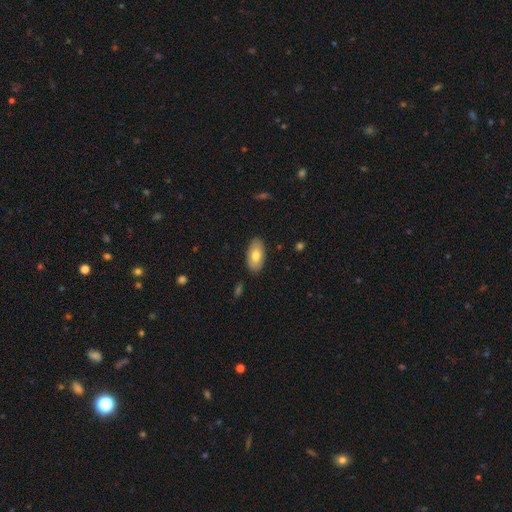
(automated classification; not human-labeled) This is likely a smooth galaxy (74%). How rounded: clearly in between (94%). Merging: clearly none (86%).